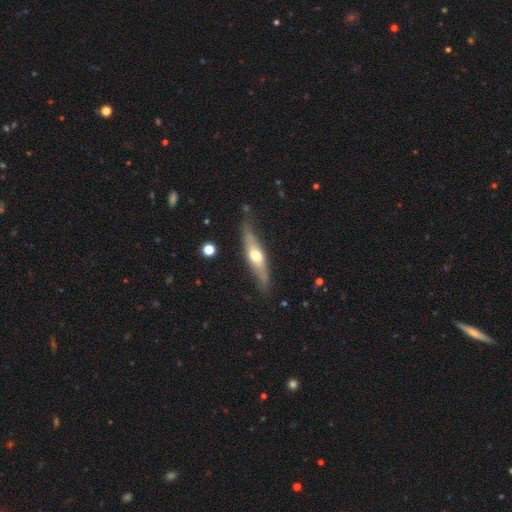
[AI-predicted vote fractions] smooth_or_featured: featured or disk (p=0.55) [alt: smooth p=0.40]
disk_edge_on: yes (p=0.79) [alt: no p=0.21]
merging: none (p=0.78) [alt: minor disturbance p=0.16]